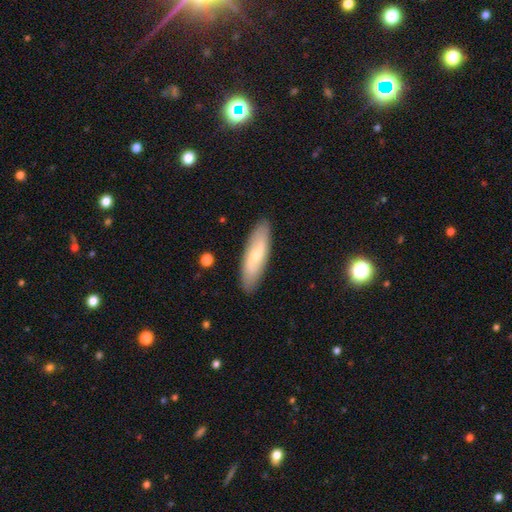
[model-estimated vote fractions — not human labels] Q: Smooth or featured?
A: smooth (49%); runner-up: featured or disk (46%)
Q: Merging?
A: none (89%); runner-up: minor disturbance (8%)